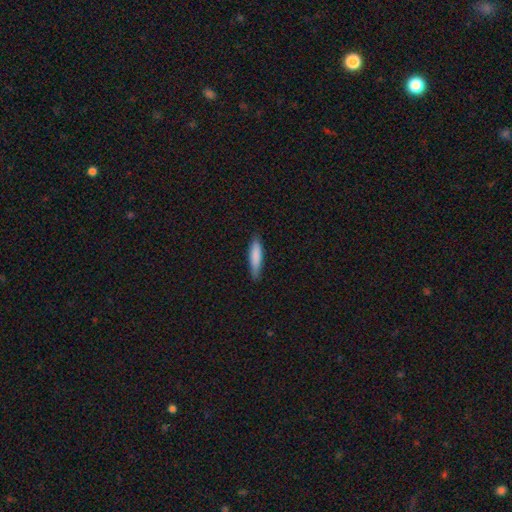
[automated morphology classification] This is clearly a smooth galaxy (84%). How rounded: likely cigar-shaped (78%). Merging: clearly none (84%).